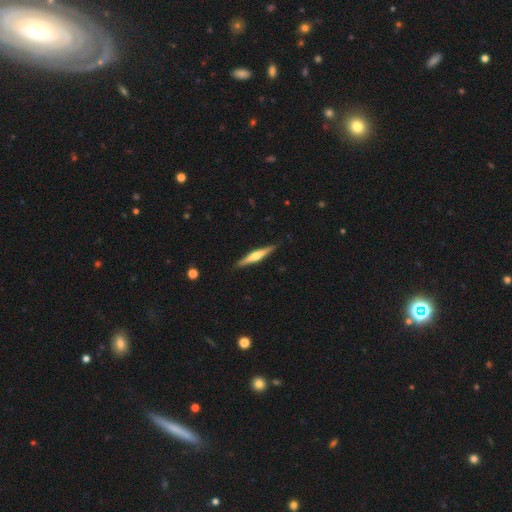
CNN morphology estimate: This appears to be a featured or disk galaxy (64%) viewed edge-on (98%) with a rounded central bulge (82%). Merging: none (90%).